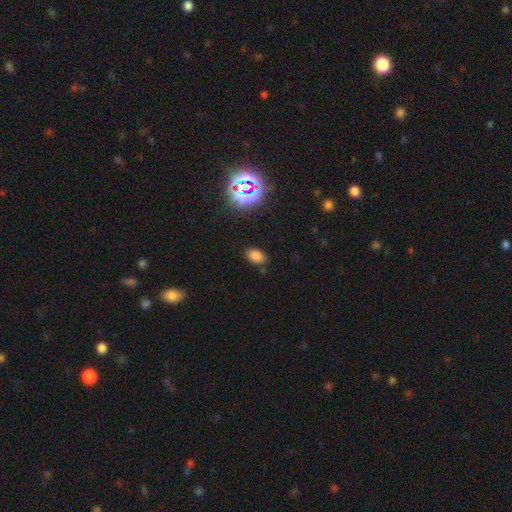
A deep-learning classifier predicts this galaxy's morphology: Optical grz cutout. It shows a smooth galaxy with no disk features (76%) that is in between round and cigar-shaped (88%). Merging: none (85%).